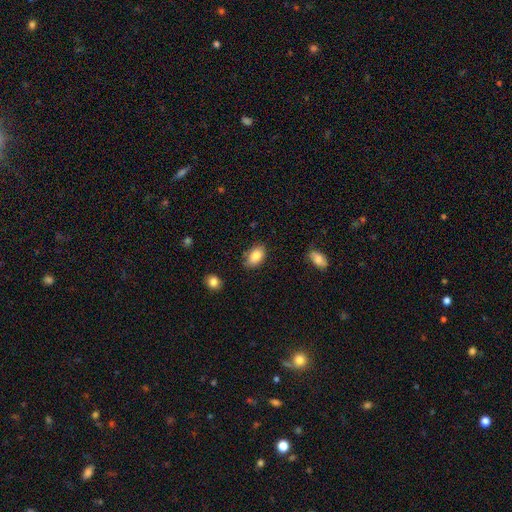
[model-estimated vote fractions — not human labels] smooth 86%, star or artifact 8%, featured or disk 6%. Down the decision tree: how rounded — in between (90%); merging — none (78%).